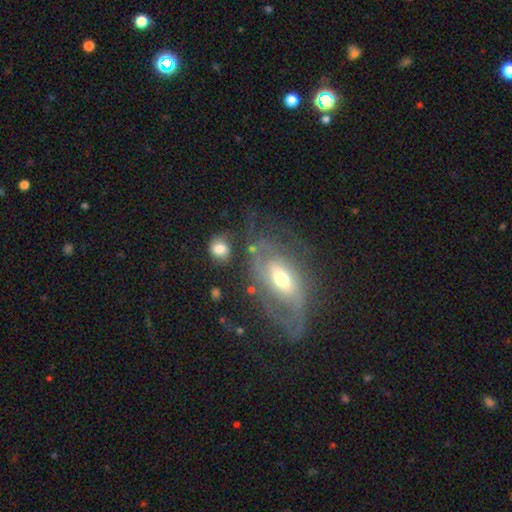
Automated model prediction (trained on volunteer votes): This is likely a featured or disk galaxy (78%). It is clearly not viewed edge-on (92%). Bar: marginally no (44%). Spiral arm pattern: clearly yes (81%). Spiral arm count: possibly 2 (50%). Spiral winding: marginally tight (40%). Central bulge: likely moderate (66%). Merging: possibly none (54%).